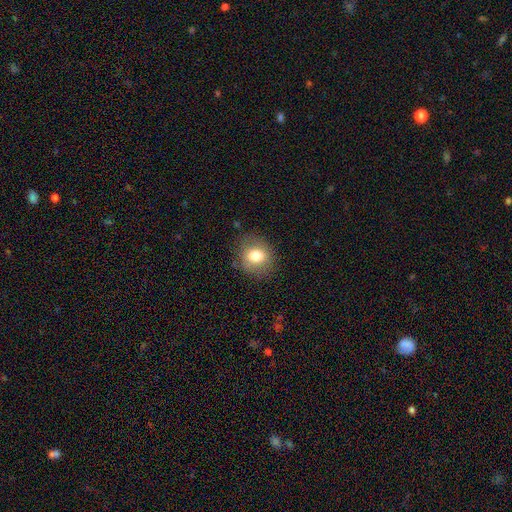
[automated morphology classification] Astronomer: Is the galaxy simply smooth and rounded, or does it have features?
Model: smooth — 76%.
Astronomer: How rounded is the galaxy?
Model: round — 68%.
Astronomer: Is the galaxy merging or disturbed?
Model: none — 81%.